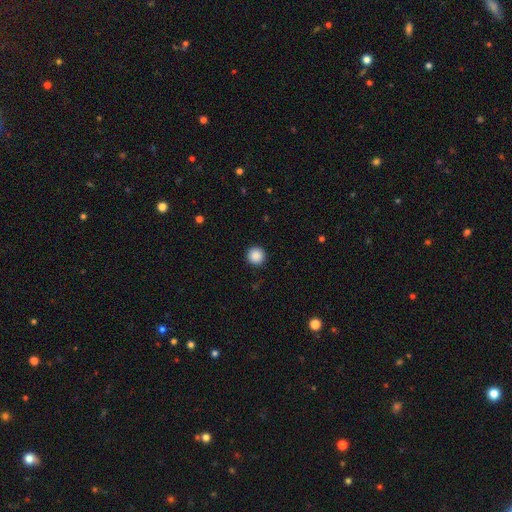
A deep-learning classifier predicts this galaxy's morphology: This is clearly a smooth galaxy (88%). How rounded: clearly round (96%). Merging: clearly none (93%).